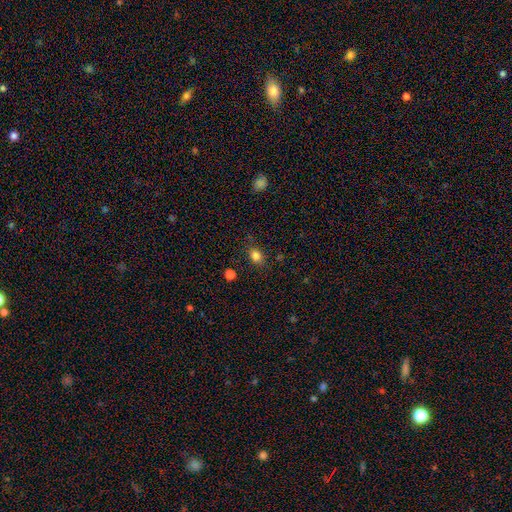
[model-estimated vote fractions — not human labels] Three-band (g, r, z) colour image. It shows a smooth galaxy with no disk features (82%) that is in between round and cigar-shaped (60%). Merging: none (79%).